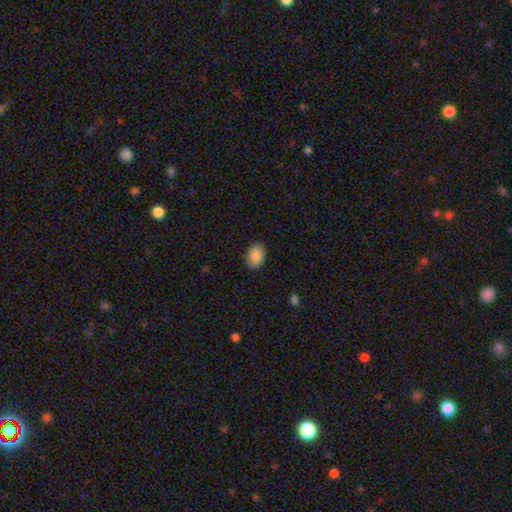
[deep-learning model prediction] A smooth galaxy with no disk features (89%) that is in between round and cigar-shaped (76%).

Vote fractions:
- Smooth or featured? smooth: 89% / star or artifact: 7% / featured or disk: 4%
- How rounded? in between: 76% / round: 23% / cigar-shaped: 1%
- Merging? none: 87% / minor disturbance: 10% / major disturbance: 2% / merger: 1%